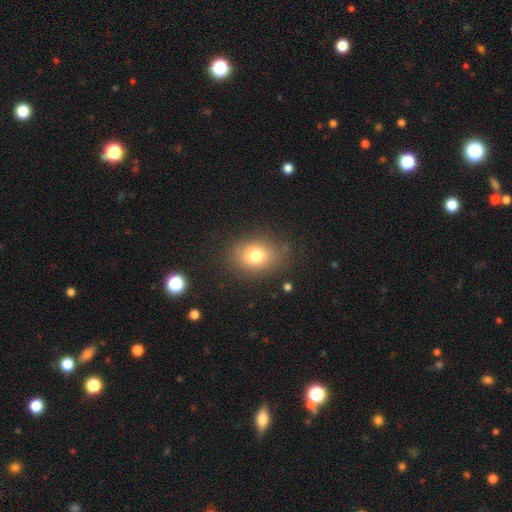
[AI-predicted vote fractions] The model was most divided on "how rounded": in between: 52%, round: 47%, cigar-shaped: 1%. More confident: merging — none (79%); smooth or featured — smooth (75%).